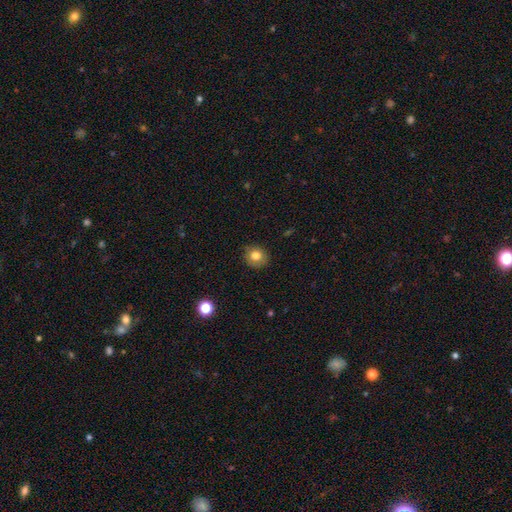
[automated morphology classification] smooth-or-featured: smooth: 81% | star or artifact: 10% | featured or disk: 9%
  how-rounded: round: 79% | in between: 20% | cigar-shaped: 1%
  merging: none: 86% | minor disturbance: 10% | major disturbance: 2% | merger: 1%